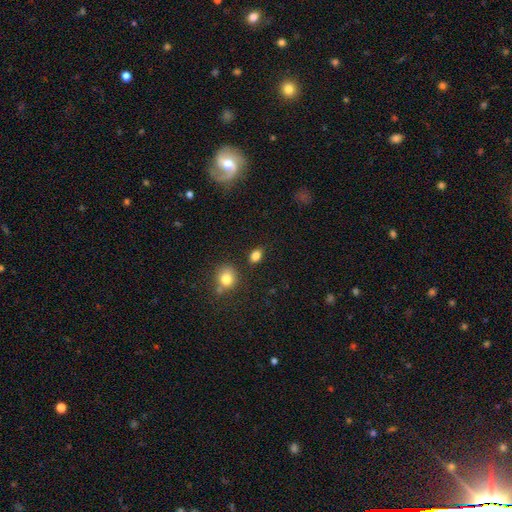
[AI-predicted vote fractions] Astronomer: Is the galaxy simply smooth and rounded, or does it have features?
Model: smooth — 84%.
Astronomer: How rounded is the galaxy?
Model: in between — 75%.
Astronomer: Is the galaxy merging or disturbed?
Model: none — 78%.